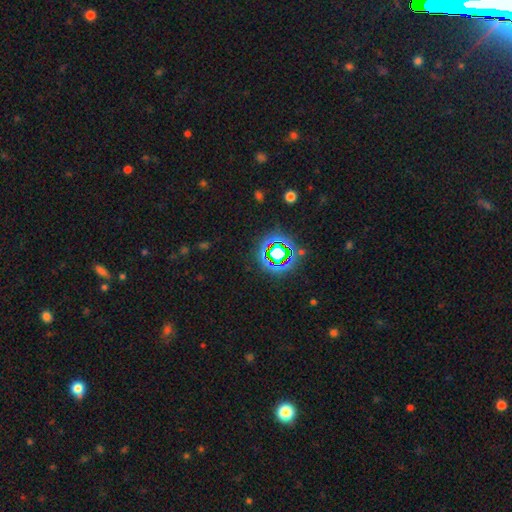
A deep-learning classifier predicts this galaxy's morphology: The model was most divided on "smooth or featured": star or artifact: 59%, smooth: 30%, featured or disk: 11%.